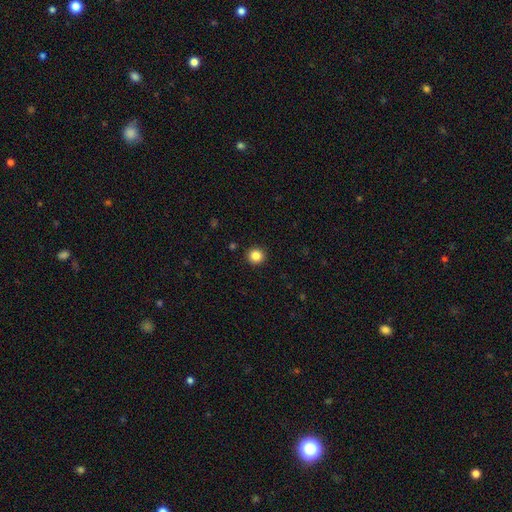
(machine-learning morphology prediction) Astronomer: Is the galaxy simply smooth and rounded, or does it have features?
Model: smooth — 85%.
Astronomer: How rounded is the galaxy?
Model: round — 93%.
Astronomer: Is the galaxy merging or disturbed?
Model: none — 93%.